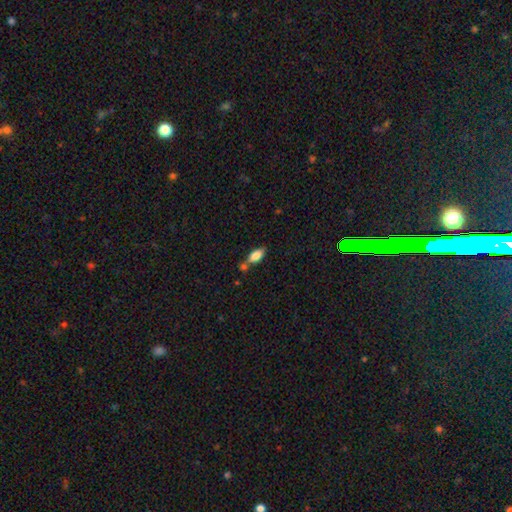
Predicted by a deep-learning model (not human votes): This is clearly a smooth galaxy (83%). How rounded: clearly in between (87%). Merging: possibly none (53%).